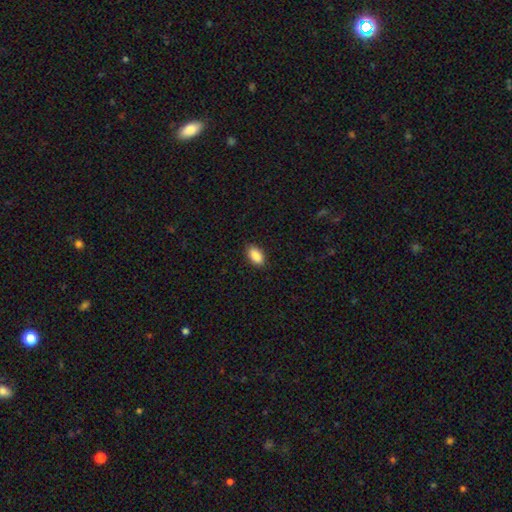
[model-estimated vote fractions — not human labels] A smooth galaxy with no disk features (89%) that is in between round and cigar-shaped (93%). Merging: none (87%).